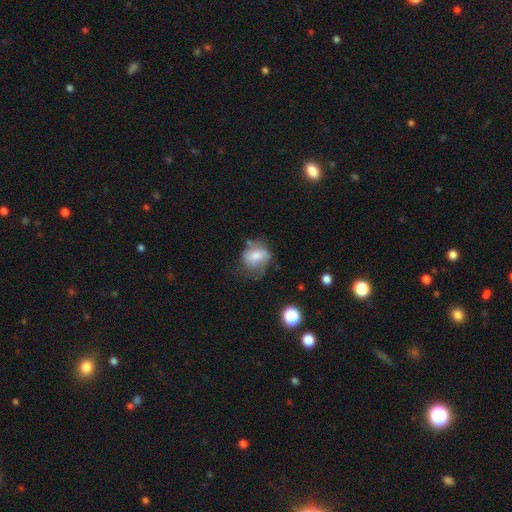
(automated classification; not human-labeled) This is possibly a smooth galaxy (54%). How rounded: possibly round (50%). Merging: marginally none (38%).